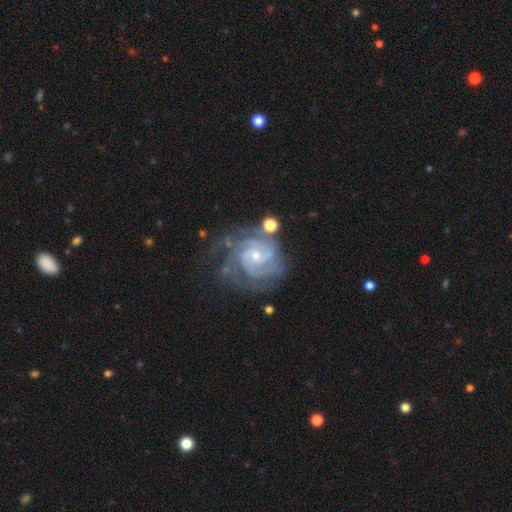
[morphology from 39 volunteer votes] smooth-or-featured: featured or disk: 87% | star or artifact: 10% | smooth: 3%
  disk-edge-on: no: 100% | yes: 0%
    bar: no: 56% | weak: 38% | strong: 6%
    has-spiral-arms: yes: 100% | no: 0%
      spiral-winding: tight: 74% | medium: 24% | loose: 3%
      spiral-arm-count: 3: 50% | can't tell: 26% | 4: 12% | more than 4: 6% | 1: 3% | 2: 3%
    bulge-size: small: 82% | moderate: 18% | dominant: 0% | large: 0% | none: 0%
  merging: none: 80% | minor disturbance: 14% | major disturbance: 6% | merger: 0%